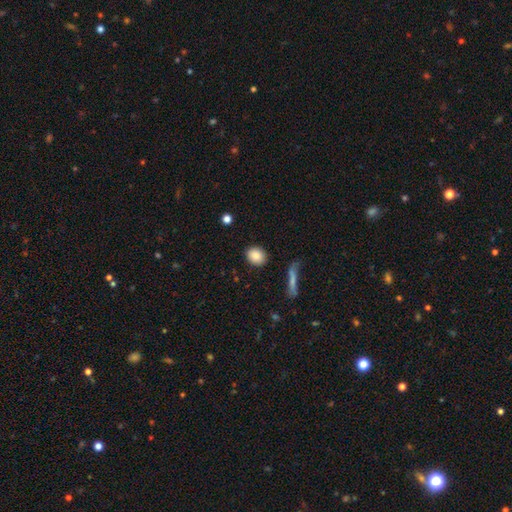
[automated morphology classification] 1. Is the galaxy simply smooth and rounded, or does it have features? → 87% smooth, 8% star or artifact, 5% featured or disk.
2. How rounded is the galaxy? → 51% round, 47% in between, 2% cigar-shaped.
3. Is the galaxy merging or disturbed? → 88% none, 8% minor disturbance, 2% major disturbance, 2% merger.